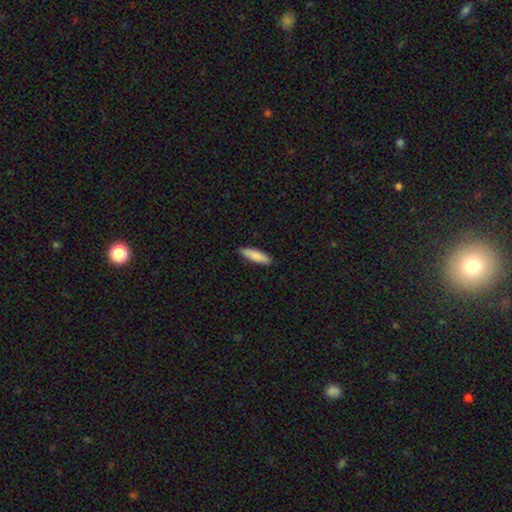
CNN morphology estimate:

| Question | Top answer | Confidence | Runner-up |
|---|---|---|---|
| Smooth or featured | smooth | 85% | featured or disk (9%) |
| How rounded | cigar-shaped | 70% | in between (29%) |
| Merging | none | 88% | minor disturbance (9%) |